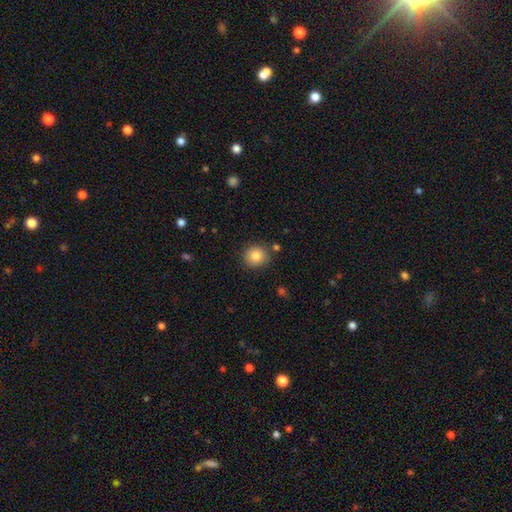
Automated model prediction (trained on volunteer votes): This appears to be a smooth galaxy with no disk features (84%) that is round (86%). Merging: none (84%).